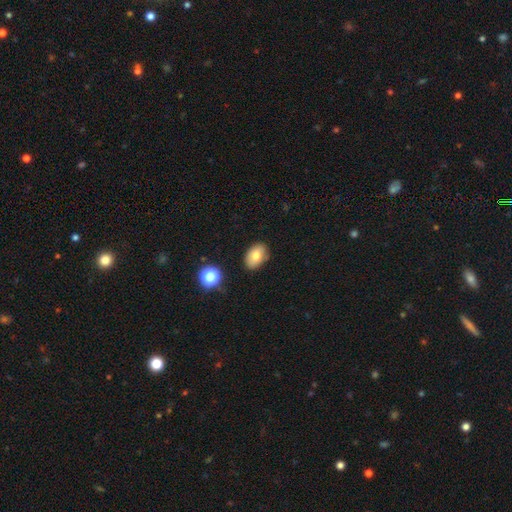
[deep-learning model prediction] smooth_or_featured: smooth (p=0.76) [alt: featured or disk p=0.15]
how_rounded: in between (p=0.85) [alt: round p=0.13]
merging: none (p=0.83) [alt: minor disturbance p=0.13]